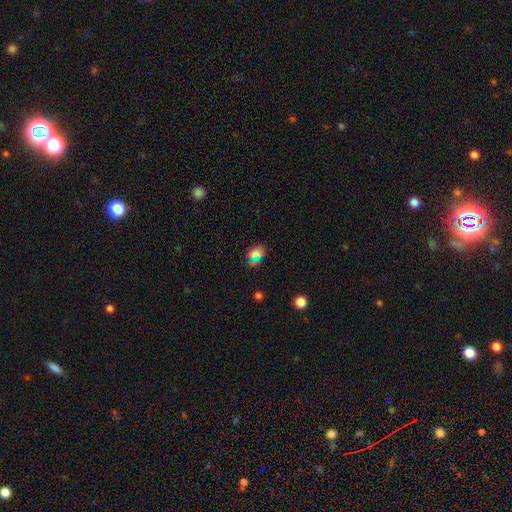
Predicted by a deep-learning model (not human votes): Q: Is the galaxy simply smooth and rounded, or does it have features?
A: smooth — 68%.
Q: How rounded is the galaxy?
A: in between — 68%.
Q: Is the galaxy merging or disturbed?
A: none — 78%.